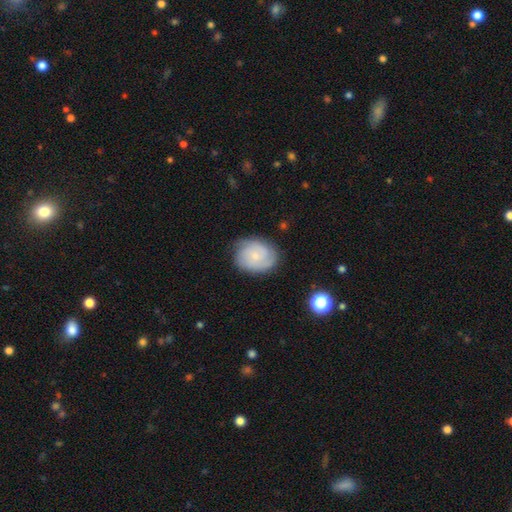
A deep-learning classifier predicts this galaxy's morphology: This is possibly a featured or disk galaxy (53%). It is clearly not viewed edge-on (97%). Bar: likely no (78%). Spiral arm pattern: clearly yes (86%). Central bulge: likely small (74%). Merging: likely none (75%).